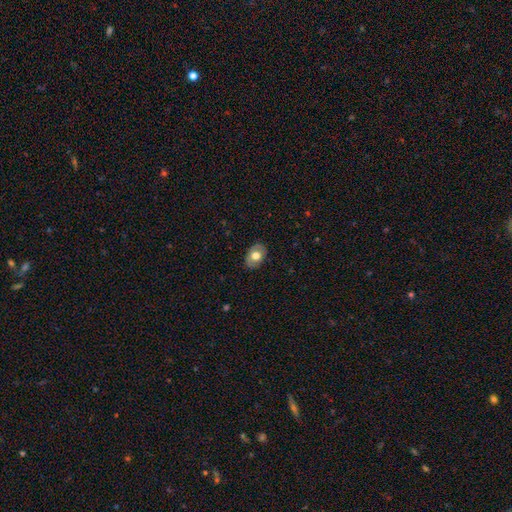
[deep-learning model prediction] A smooth galaxy with no disk features (61%) that is in between round and cigar-shaped (79%). Merging: none (82%).